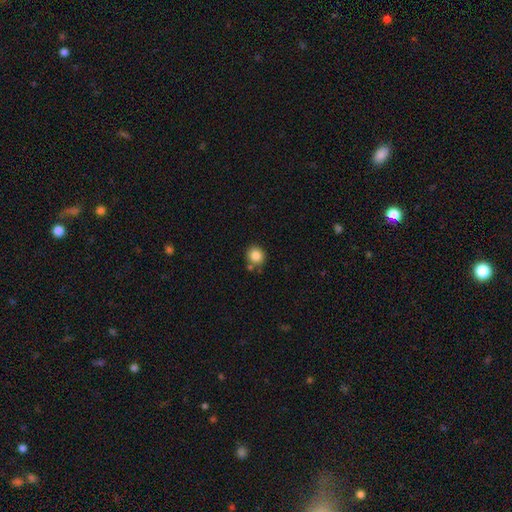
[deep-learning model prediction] A smooth galaxy with no disk features (84%) that is round (83%).

Vote fractions:
- Smooth or featured? smooth: 84% / star or artifact: 10% / featured or disk: 6%
- How rounded? round: 83% / in between: 16% / cigar-shaped: 1%
- Merging? none: 77% / minor disturbance: 11% / merger: 9% / major disturbance: 3%